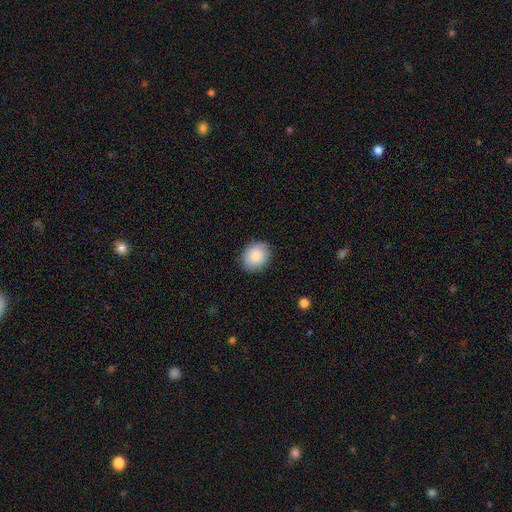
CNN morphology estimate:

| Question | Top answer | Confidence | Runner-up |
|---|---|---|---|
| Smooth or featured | smooth | 86% | star or artifact (7%) |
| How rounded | round | 51% | in between (48%) |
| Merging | none | 86% | minor disturbance (11%) |